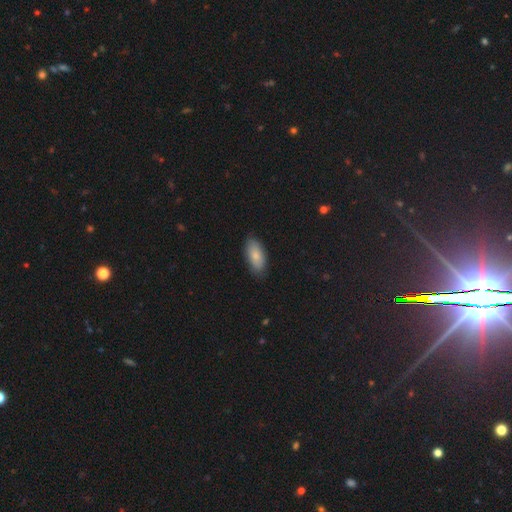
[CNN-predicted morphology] smooth 83%, featured or disk 11%, star or artifact 6%. Down the decision tree: how rounded — in between (91%); merging — none (84%).